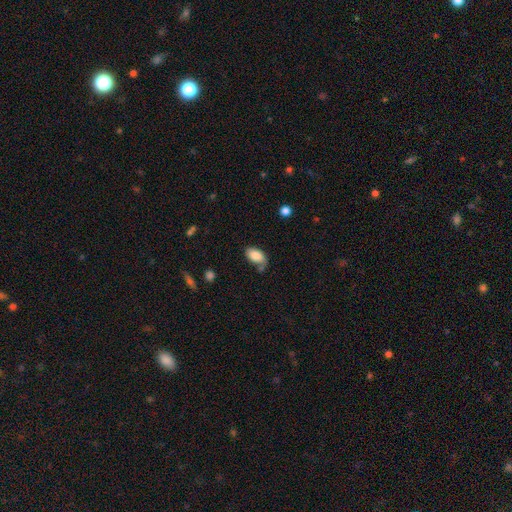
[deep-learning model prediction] A smooth galaxy with no disk features (83%) that is in between round and cigar-shaped (94%). Merging: none (58%).